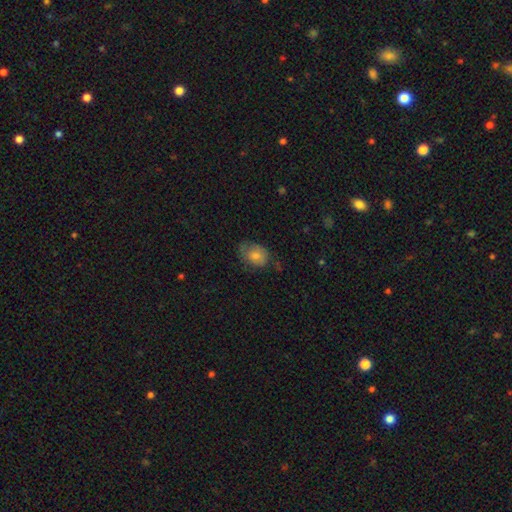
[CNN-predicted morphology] Smooth or featured? Predicted: smooth (p=0.71). How rounded? Predicted: in between (p=0.69). Merging? Predicted: none (p=0.59).